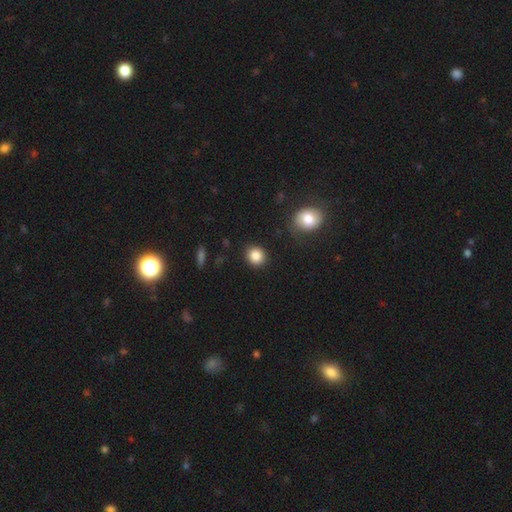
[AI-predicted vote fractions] Smooth or featured: smooth — 86% (star or artifact — 9%)
How rounded: round — 83% (in between — 16%)
Merging: none — 88% (minor disturbance — 7%)